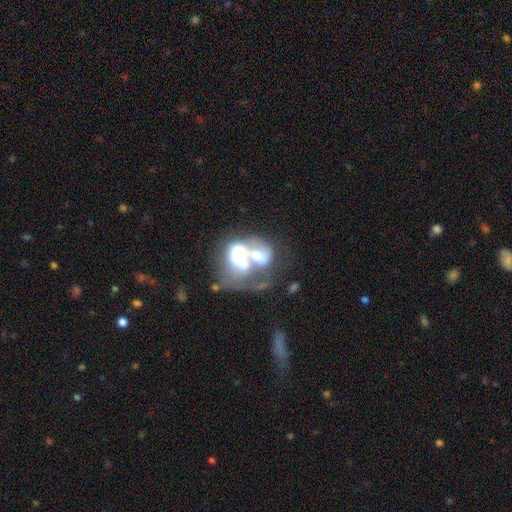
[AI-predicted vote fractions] This is possibly a featured or disk galaxy (49%). Merging: likely merger (75%).